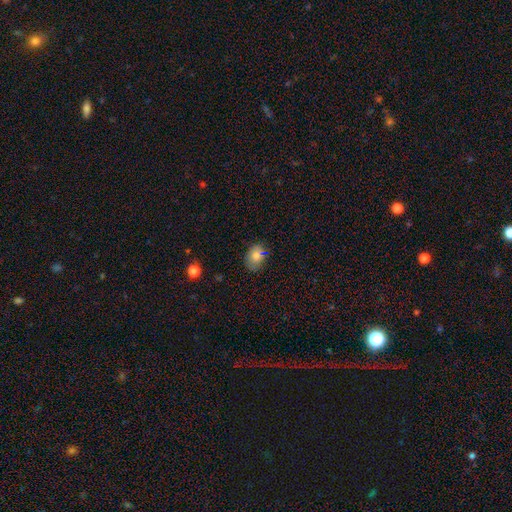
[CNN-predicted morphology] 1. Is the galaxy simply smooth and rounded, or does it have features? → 77% smooth, 12% star or artifact, 12% featured or disk.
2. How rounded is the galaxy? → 71% in between, 28% round, 1% cigar-shaped.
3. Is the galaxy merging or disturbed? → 73% none, 19% minor disturbance, 4% merger, 4% major disturbance.